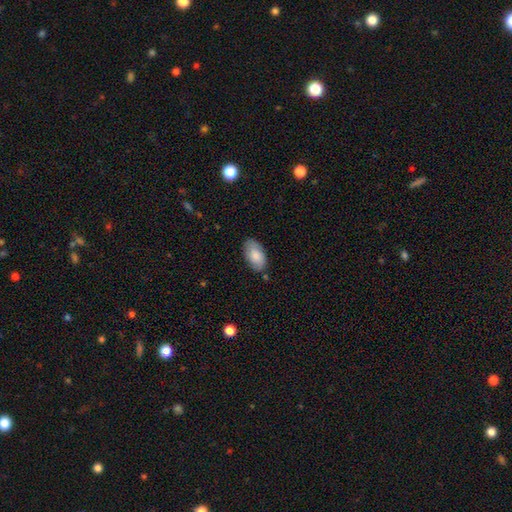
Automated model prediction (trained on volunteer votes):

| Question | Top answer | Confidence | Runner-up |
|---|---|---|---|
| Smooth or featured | smooth | 79% | featured or disk (15%) |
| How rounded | in between | 95% | round (3%) |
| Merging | none | 79% | minor disturbance (16%) |